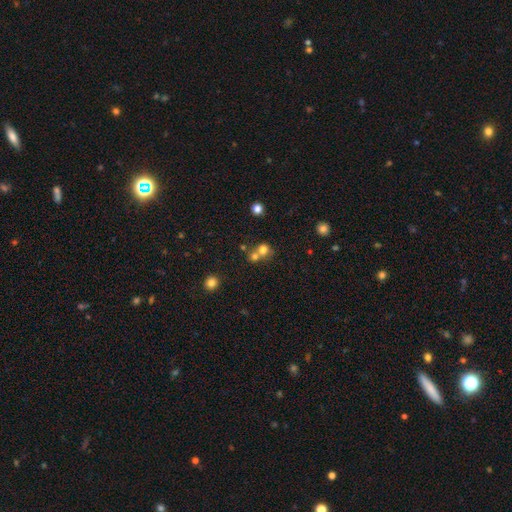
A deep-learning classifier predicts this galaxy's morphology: Q: Smooth or featured?
A: smooth (70%); runner-up: star or artifact (18%)
Q: How rounded?
A: round (84%); runner-up: in between (15%)
Q: Merging?
A: merger (49%); runner-up: none (43%)